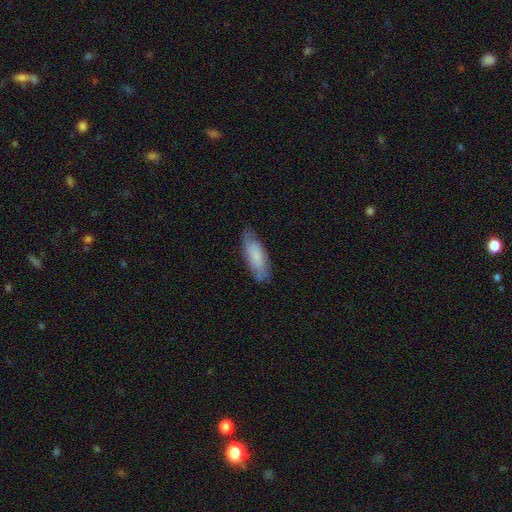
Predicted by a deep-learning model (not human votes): A smooth galaxy with no disk features (68%) that is in between round and cigar-shaped (65%).

Vote fractions:
- Smooth or featured? smooth: 68% / featured or disk: 25% / star or artifact: 6%
- How rounded? in between: 65% / cigar-shaped: 33% / round: 2%
- Merging? none: 75% / minor disturbance: 20% / major disturbance: 4% / merger: 1%